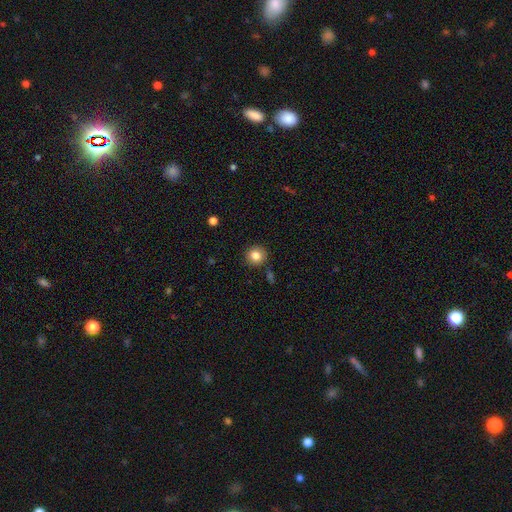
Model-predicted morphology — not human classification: A smooth galaxy with no disk features (83%) that is round (92%). Merging: none (89%).